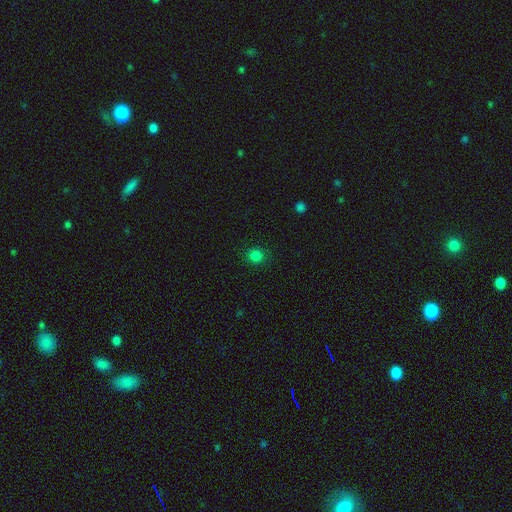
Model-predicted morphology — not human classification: Smooth or featured? Predicted: smooth (p=0.82). How rounded? Predicted: round (p=0.90). Merging? Predicted: none (p=0.89).